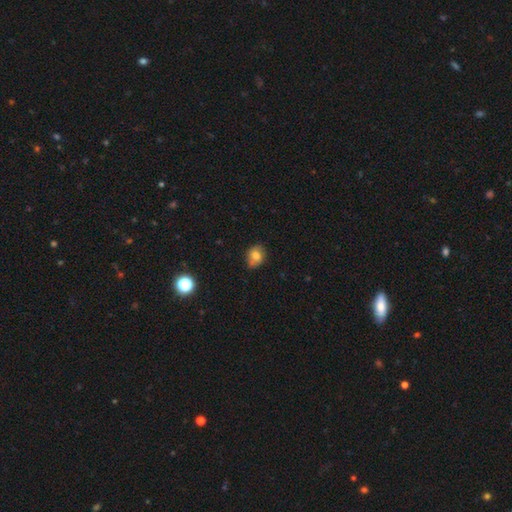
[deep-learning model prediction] smooth 78%, featured or disk 11%, star or artifact 11%. Down the decision tree: how rounded — in between (51%); merging — none (69%).